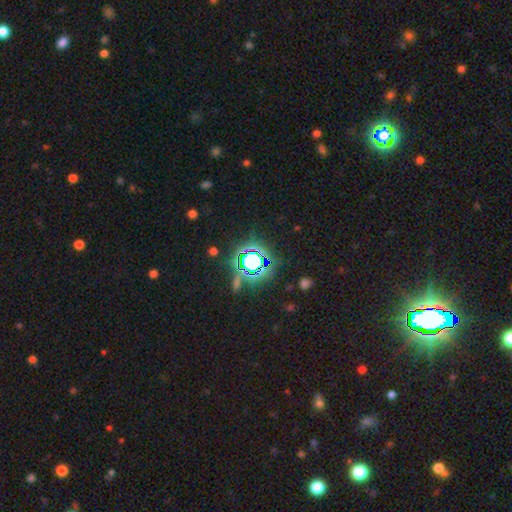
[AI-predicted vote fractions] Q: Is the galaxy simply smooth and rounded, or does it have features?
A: star or artifact — 74%.